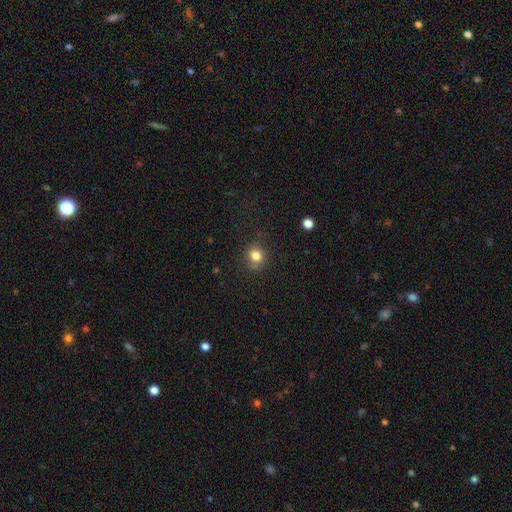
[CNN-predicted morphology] This is clearly a smooth galaxy (82%). How rounded: clearly round (82%). Merging: clearly none (81%).